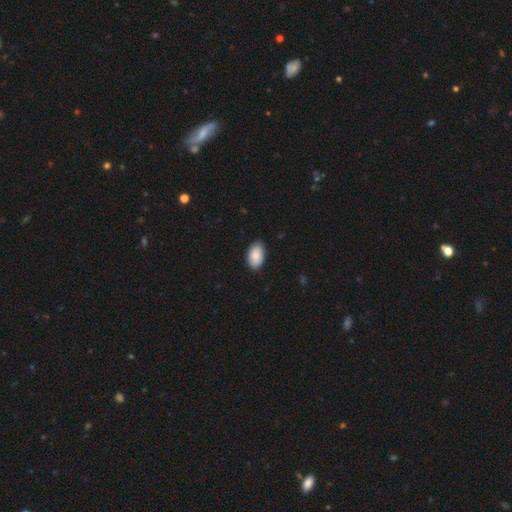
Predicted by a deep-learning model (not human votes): Smooth or featured?
  - smooth: 87% *
  - featured or disk: 7%
  - star or artifact: 6%
How rounded?
  - in between: 94% *
  - round: 5%
  - cigar-shaped: 1%
Merging?
  - none: 81% *
  - minor disturbance: 16%
  - major disturbance: 2%
  - merger: 1%